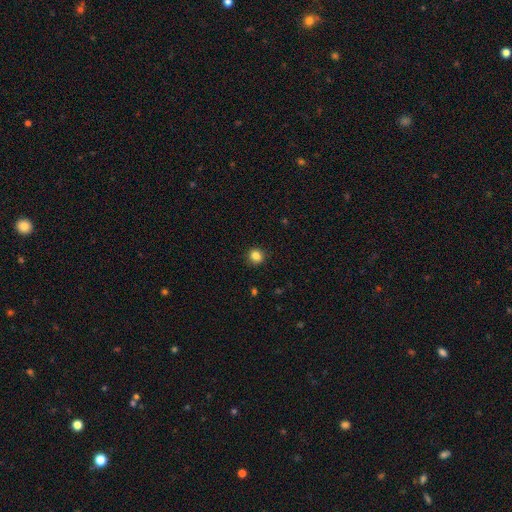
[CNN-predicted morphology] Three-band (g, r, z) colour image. It shows a smooth galaxy with no disk features (85%) that is round (84%). Merging: none (89%).